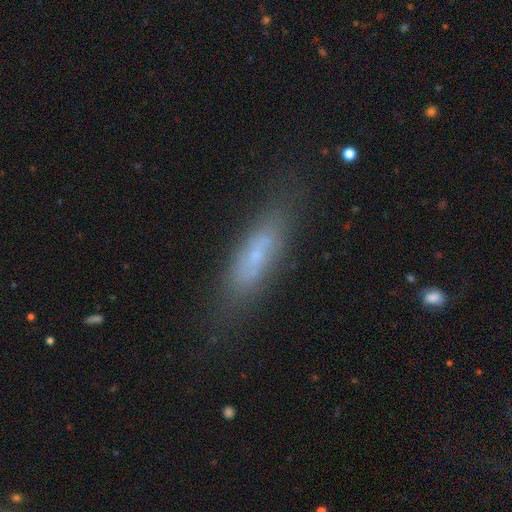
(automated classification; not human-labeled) Overall: smooth (52%; featured or disk 37%). How rounded: cigar-shaped (61%; in between 36%). Merging: none (73%).